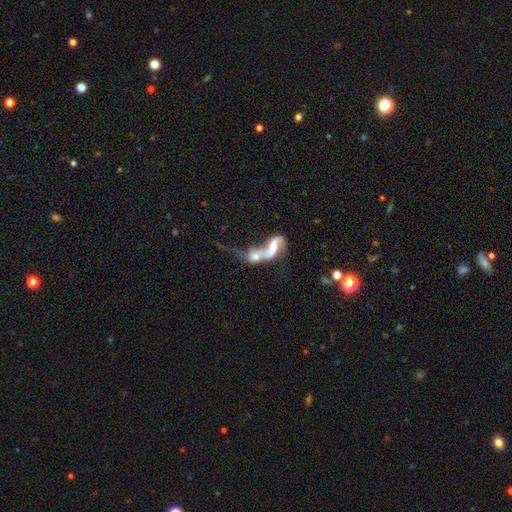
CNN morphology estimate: featured or disk 61%, smooth 29%, star or artifact 9%. Down the decision tree: edge-on disk — no (92%); bar — no (49%); spiral arms — yes (65%); bulge size — none (31%); merging — merger (73%).